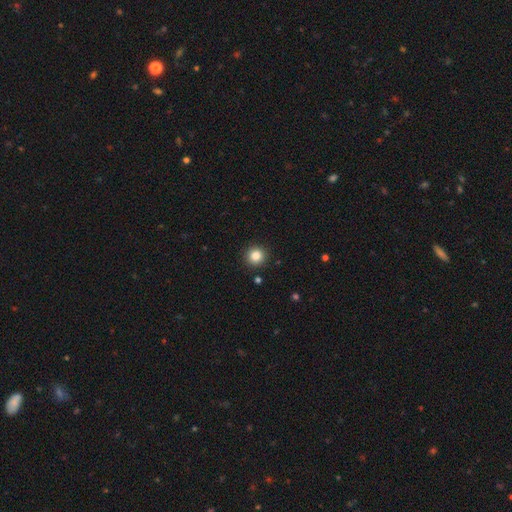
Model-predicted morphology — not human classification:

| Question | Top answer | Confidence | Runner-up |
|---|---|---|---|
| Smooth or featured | smooth | 85% | star or artifact (11%) |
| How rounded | round | 94% | in between (5%) |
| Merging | none | 92% | minor disturbance (5%) |